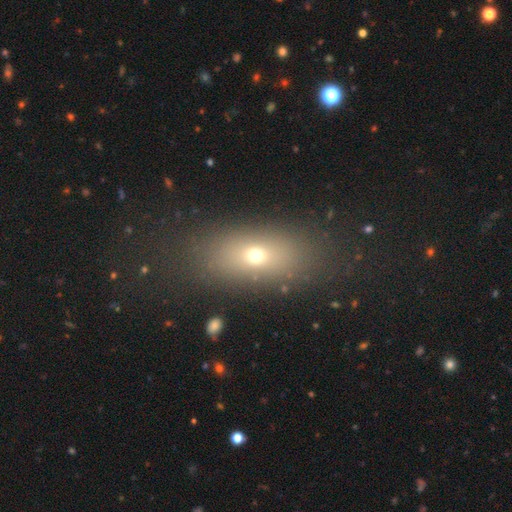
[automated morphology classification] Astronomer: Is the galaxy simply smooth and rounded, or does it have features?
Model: smooth — 63%.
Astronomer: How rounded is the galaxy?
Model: in between — 73%.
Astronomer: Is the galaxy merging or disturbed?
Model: none — 78%.